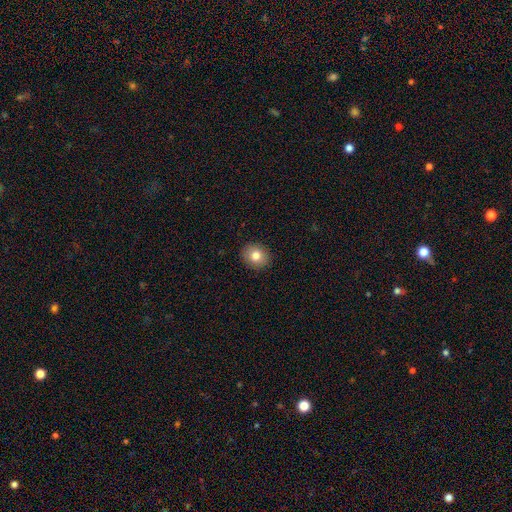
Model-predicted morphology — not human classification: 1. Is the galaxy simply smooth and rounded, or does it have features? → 80% smooth, 10% featured or disk, 9% star or artifact.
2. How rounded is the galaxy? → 71% round, 28% in between, 1% cigar-shaped.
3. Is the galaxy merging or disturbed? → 91% none, 6% minor disturbance, 2% major disturbance, 1% merger.